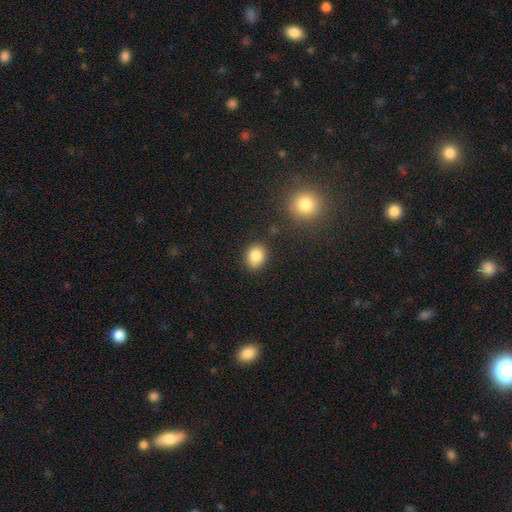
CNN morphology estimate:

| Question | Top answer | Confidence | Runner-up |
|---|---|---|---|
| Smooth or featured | smooth | 84% | star or artifact (10%) |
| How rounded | round | 59% | in between (40%) |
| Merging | none | 85% | minor disturbance (10%) |